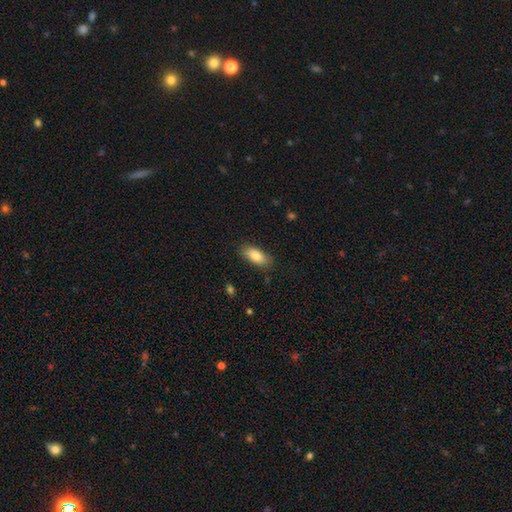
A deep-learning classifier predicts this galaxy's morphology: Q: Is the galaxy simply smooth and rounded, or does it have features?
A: smooth — 83%.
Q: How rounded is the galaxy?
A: in between — 85%.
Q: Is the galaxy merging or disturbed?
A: none — 85%.